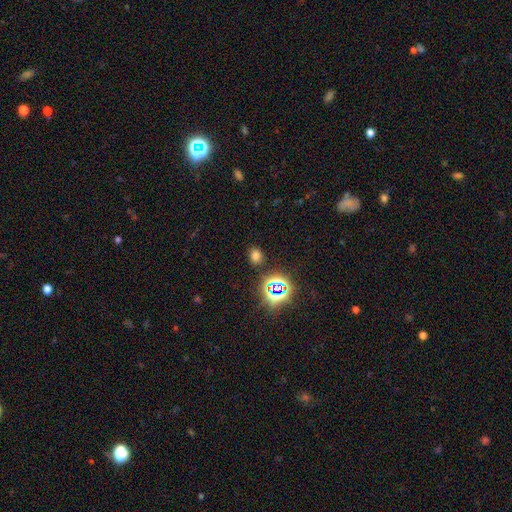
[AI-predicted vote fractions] Q: Smooth or featured?
A: smooth (63%); runner-up: star or artifact (31%)
Q: How rounded?
A: round (51%); runner-up: in between (48%)
Q: Merging?
A: none (84%); runner-up: minor disturbance (9%)